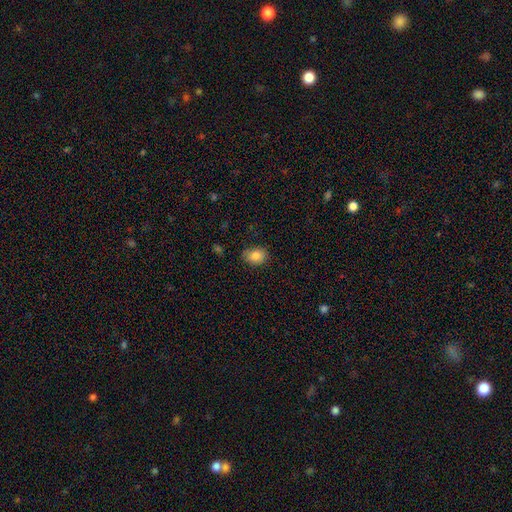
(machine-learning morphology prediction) This appears to be a smooth galaxy with no disk features (85%) that is in between round and cigar-shaped (69%). Merging: none (76%).